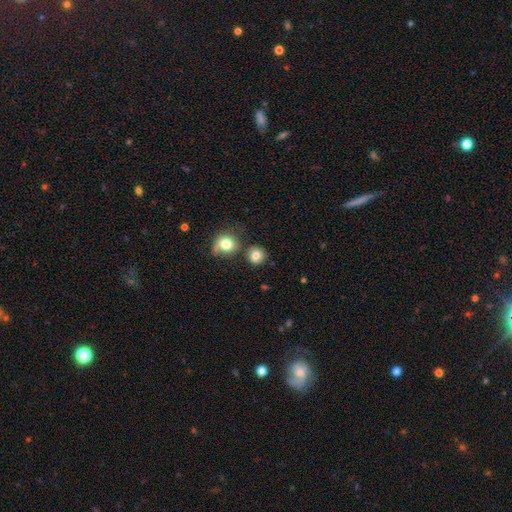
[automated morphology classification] Overall: smooth (81%). How rounded: round (88%). Merging: none (77%).